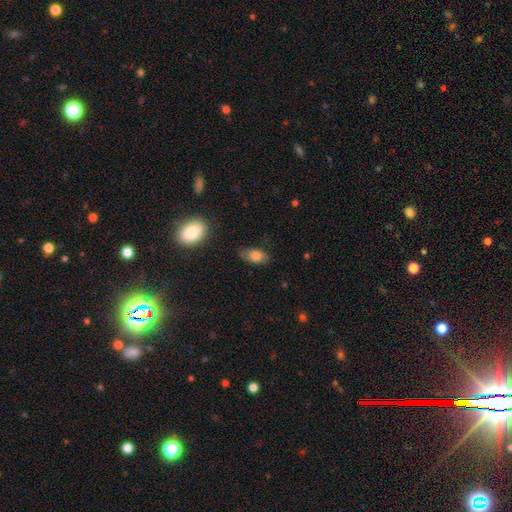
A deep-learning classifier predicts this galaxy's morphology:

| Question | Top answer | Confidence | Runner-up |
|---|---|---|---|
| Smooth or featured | smooth | 78% | featured or disk (13%) |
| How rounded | in between | 88% | round (8%) |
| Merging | none | 71% | minor disturbance (22%) |